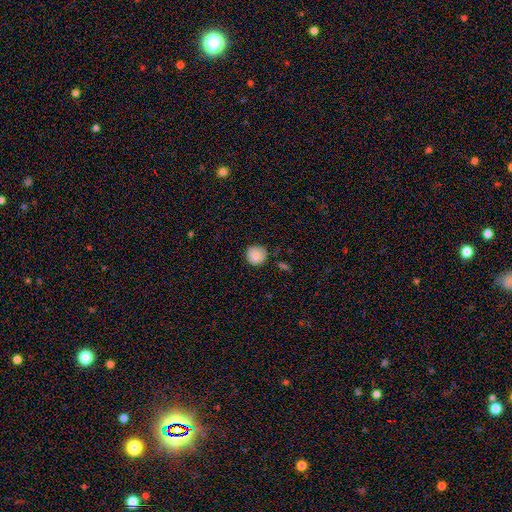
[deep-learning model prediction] The model was most divided on "merging": none: 75%, minor disturbance: 19%, major disturbance: 3%, merger: 2%. More confident: how rounded — round (91%); smooth or featured — smooth (86%).